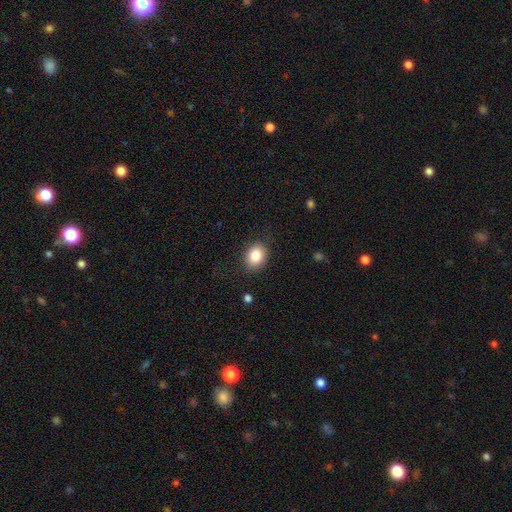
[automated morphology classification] type=smooth (84%); roundness=round (52%); merging=none (85%).